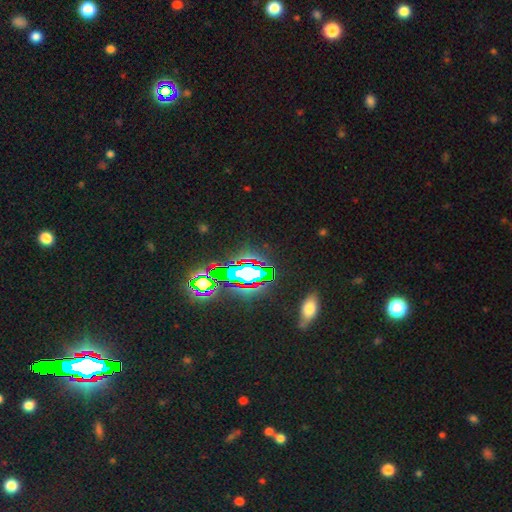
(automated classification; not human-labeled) Smooth or featured? Predicted: star or artifact (p=0.75).